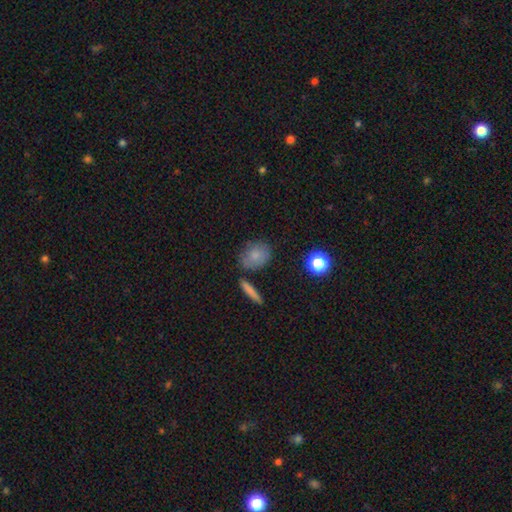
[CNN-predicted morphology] Smooth or featured: smooth — 79% (featured or disk — 12%)
How rounded: in between — 55% (round — 42%)
Merging: none — 71% (minor disturbance — 16%)